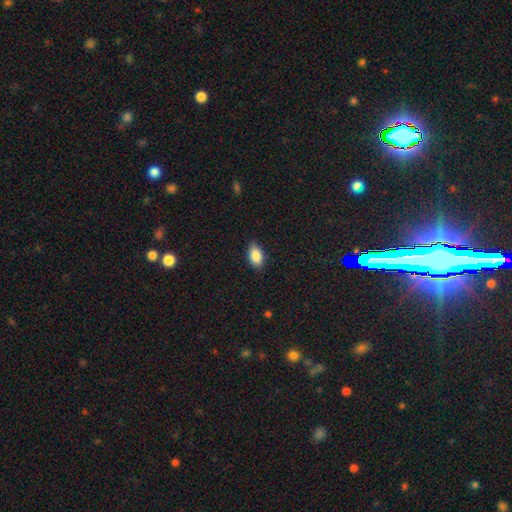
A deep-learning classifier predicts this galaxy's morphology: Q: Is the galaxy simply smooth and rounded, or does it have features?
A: smooth — 88%.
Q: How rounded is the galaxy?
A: in between — 93%.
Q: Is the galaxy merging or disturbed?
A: none — 86%.